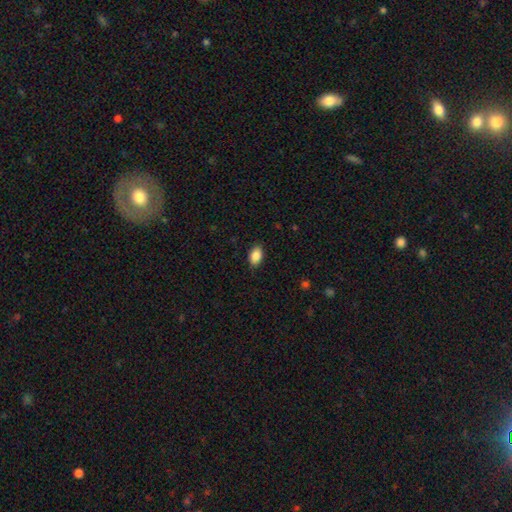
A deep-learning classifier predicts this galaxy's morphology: This is clearly a smooth galaxy (88%). How rounded: clearly in between (90%). Merging: clearly none (85%).